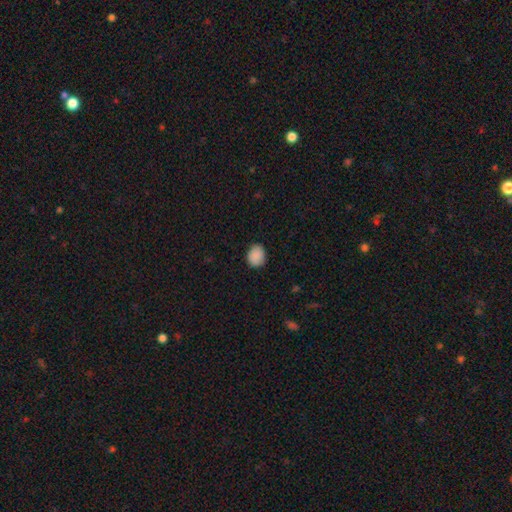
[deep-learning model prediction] Smooth or featured: smooth — 87% (star or artifact — 8%)
How rounded: round — 59% (in between — 40%)
Merging: none — 83% (minor disturbance — 13%)